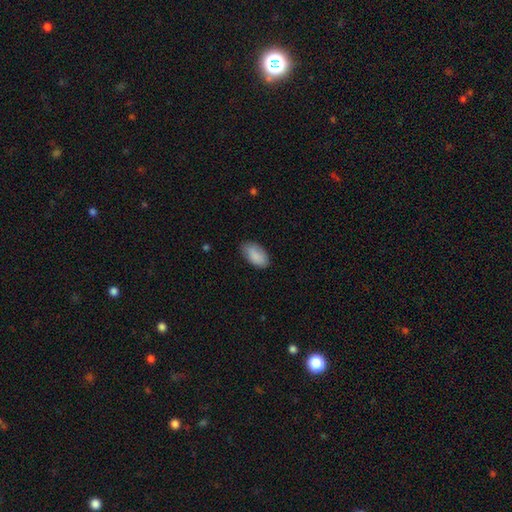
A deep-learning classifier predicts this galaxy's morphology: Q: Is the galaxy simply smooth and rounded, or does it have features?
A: smooth — 87%.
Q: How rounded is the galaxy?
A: in between — 95%.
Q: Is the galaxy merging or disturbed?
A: none — 77%.